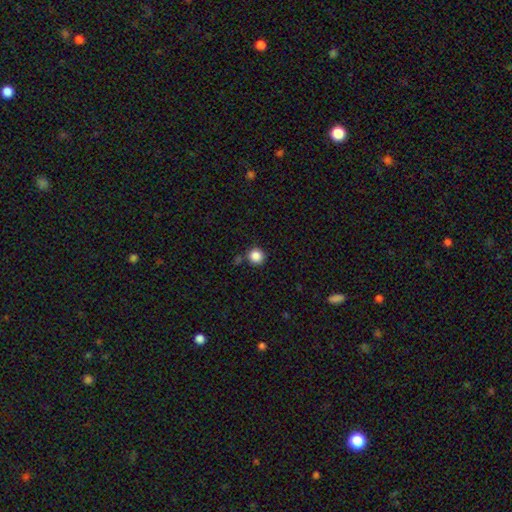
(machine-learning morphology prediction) This is clearly a smooth galaxy (87%). How rounded: clearly round (94%). Merging: clearly none (83%).